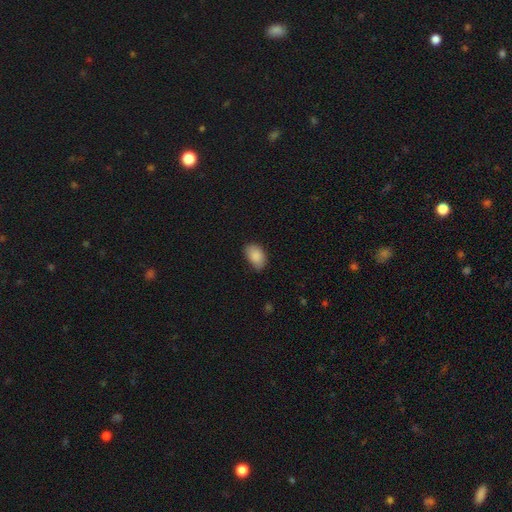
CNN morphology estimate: The model was most divided on "merging": none: 69%, minor disturbance: 25%, major disturbance: 4%, merger: 1%. More confident: how rounded — in between (89%); smooth or featured — smooth (88%).